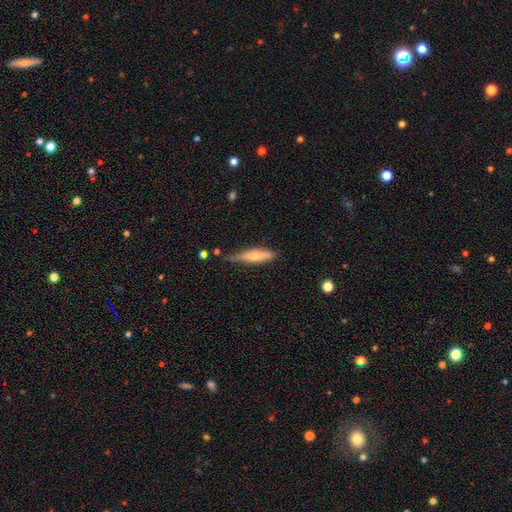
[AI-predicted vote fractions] Smooth or featured? Predicted: smooth (p=0.60). How rounded? Predicted: cigar-shaped (p=0.73). Merging? Predicted: none (p=0.54).